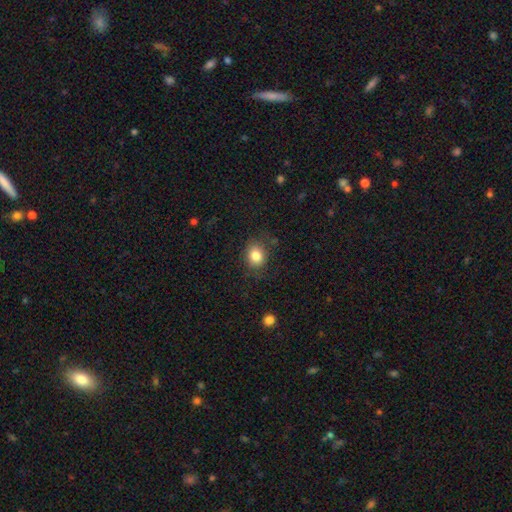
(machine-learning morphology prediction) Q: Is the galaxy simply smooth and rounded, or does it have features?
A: smooth — 83%.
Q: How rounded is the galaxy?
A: round — 66%.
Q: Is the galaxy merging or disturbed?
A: none — 79%.